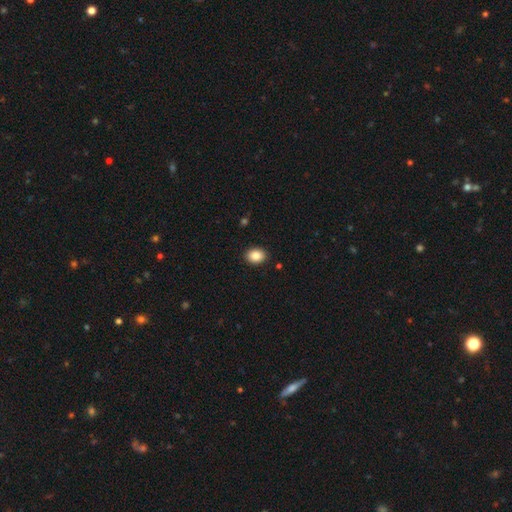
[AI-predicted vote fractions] Smooth or featured? Predicted: smooth (p=0.87). How rounded? Predicted: in between (p=0.62). Merging? Predicted: none (p=0.91).